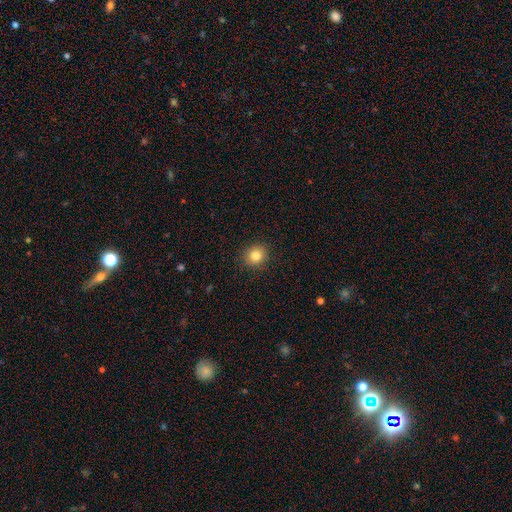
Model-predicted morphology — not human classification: smooth-or-featured: smooth: 83% | star or artifact: 11% | featured or disk: 6%
  how-rounded: round: 85% | in between: 14% | cigar-shaped: 1%
  merging: none: 90% | minor disturbance: 7% | major disturbance: 2% | merger: 1%